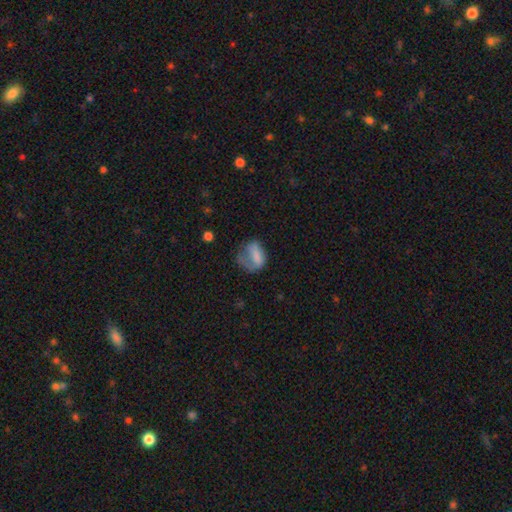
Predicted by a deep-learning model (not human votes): smooth_or_featured: smooth (p=0.65) [alt: featured or disk p=0.25]
how_rounded: in between (p=0.59) [alt: round p=0.38]
merging: major disturbance (p=0.39) [alt: none p=0.31]